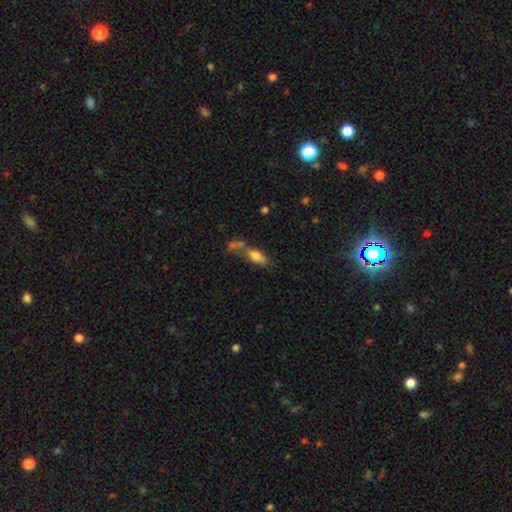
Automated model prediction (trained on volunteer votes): This is likely a smooth galaxy (73%). How rounded: likely in between (73%). Merging: marginally none (39%).